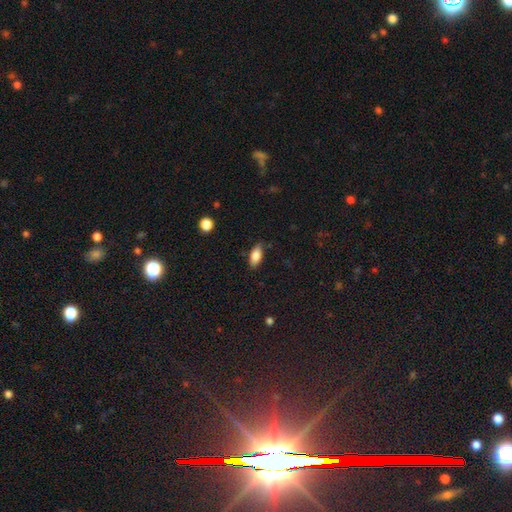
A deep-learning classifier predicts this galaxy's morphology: This is clearly a smooth galaxy (82%). How rounded: clearly in between (88%). Merging: clearly none (81%).